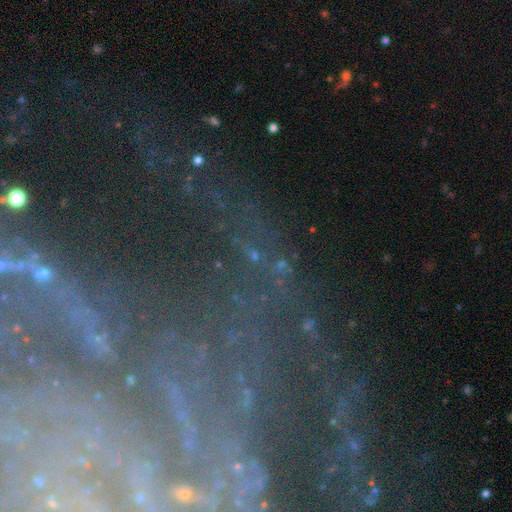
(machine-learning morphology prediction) Smooth or featured? star or artifact (66%)